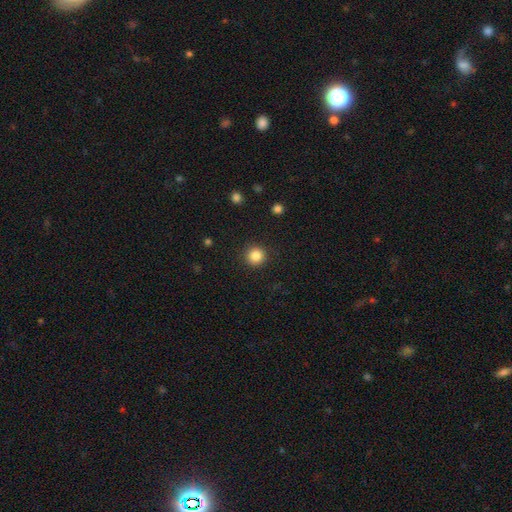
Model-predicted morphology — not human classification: Smooth or featured? smooth (84%)
How rounded? round (94%)
Merging? none (91%)